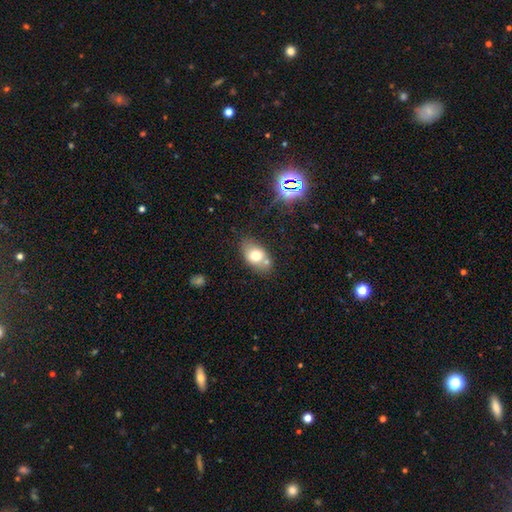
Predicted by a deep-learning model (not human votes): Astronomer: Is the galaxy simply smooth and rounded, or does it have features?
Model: smooth — 73%.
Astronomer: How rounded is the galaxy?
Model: in between — 81%.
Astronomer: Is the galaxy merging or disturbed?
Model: none — 62%.